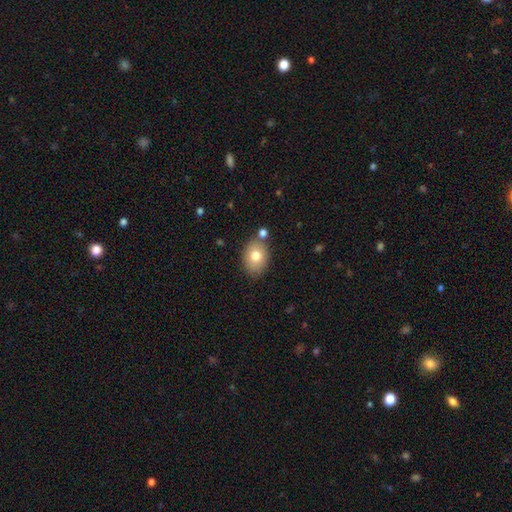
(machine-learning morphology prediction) smooth-or-featured: smooth: 76% | featured or disk: 15% | star or artifact: 9%
  how-rounded: in between: 71% | round: 28% | cigar-shaped: 1%
  merging: none: 75% | minor disturbance: 13% | merger: 8% | major disturbance: 3%